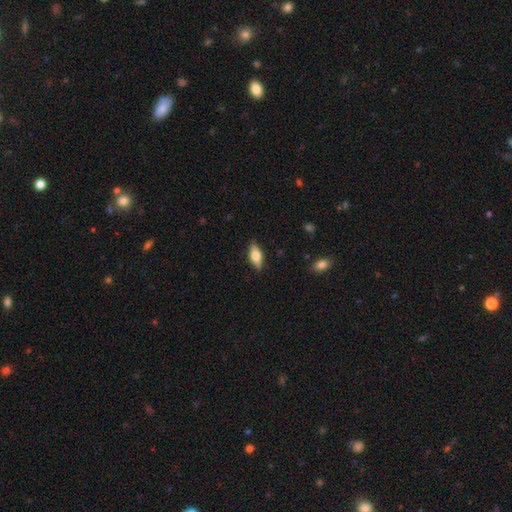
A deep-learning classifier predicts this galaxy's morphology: smooth 60%, featured or disk 33%, star or artifact 7%. Down the decision tree: how rounded — in between (72%); merging — none (87%).